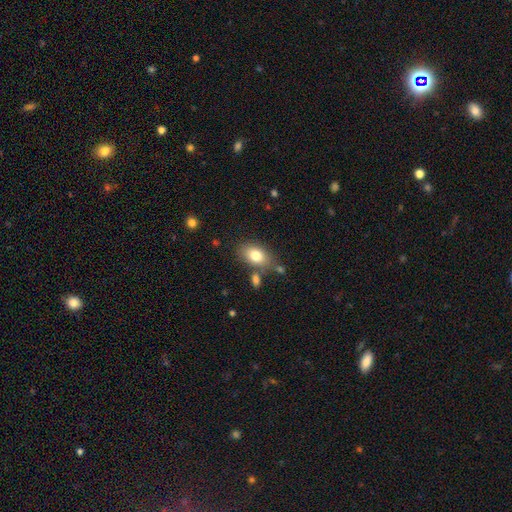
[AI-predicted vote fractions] A smooth galaxy with no disk features (79%) that is in between round and cigar-shaped (87%). Merging: none (70%).